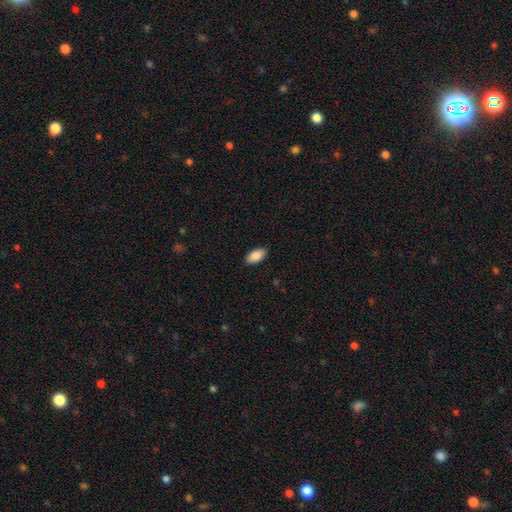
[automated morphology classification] smooth_or_featured: smooth (p=0.88) [alt: star or artifact p=0.07]
how_rounded: in between (p=0.94) [alt: cigar-shaped p=0.03]
merging: none (p=0.88) [alt: minor disturbance p=0.09]